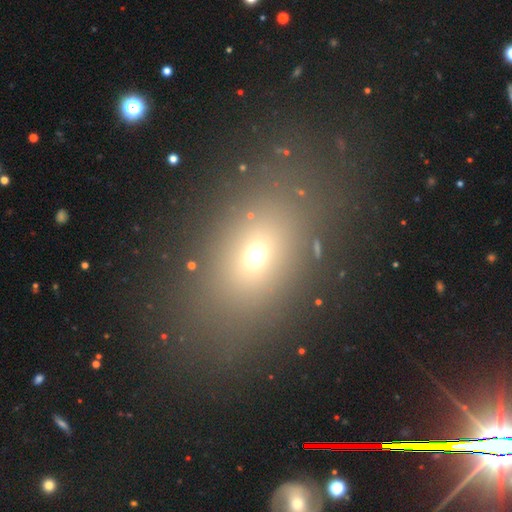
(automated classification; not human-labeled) Q: Smooth or featured?
A: smooth (63%); runner-up: star or artifact (24%)
Q: How rounded?
A: in between (71%); runner-up: round (24%)
Q: Merging?
A: none (82%); runner-up: minor disturbance (9%)